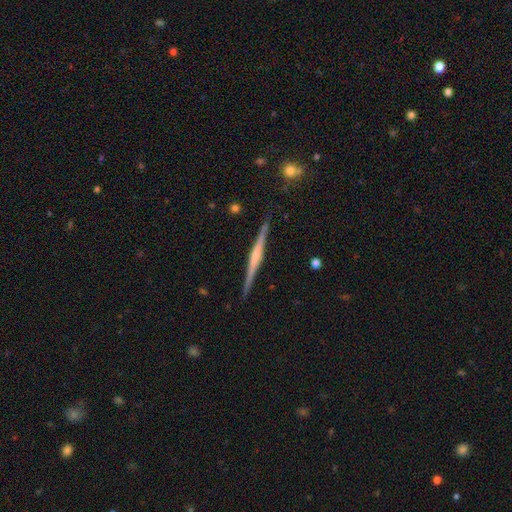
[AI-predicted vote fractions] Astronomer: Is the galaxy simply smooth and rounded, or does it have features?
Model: featured or disk — 74%.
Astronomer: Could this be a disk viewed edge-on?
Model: yes — 98%.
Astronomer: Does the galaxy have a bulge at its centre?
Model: rounded — 40% (runner-up: none, 33%).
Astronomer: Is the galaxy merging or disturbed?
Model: none — 89%.